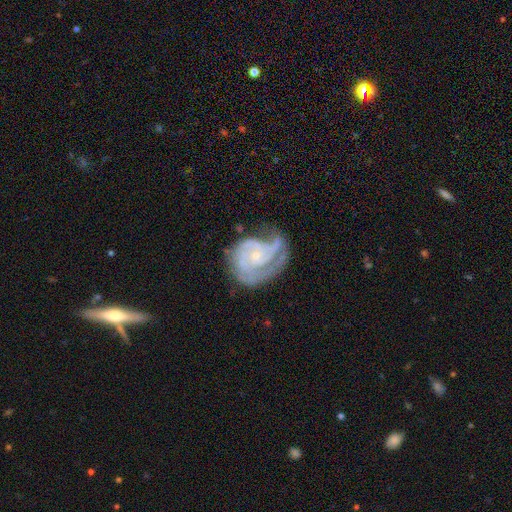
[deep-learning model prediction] The model was most divided on "spiral arm count": 2: 34%, 3: 31%, can't tell: 16%, 1: 8%, 4: 6%, more than 4: 5%. More confident: edge-on disk — no (98%); spiral arms — yes (96%); smooth or featured — featured or disk (88%); bulge size — small (77%); bar — no (74%); spiral winding — tight (59%); merging — none (50%).